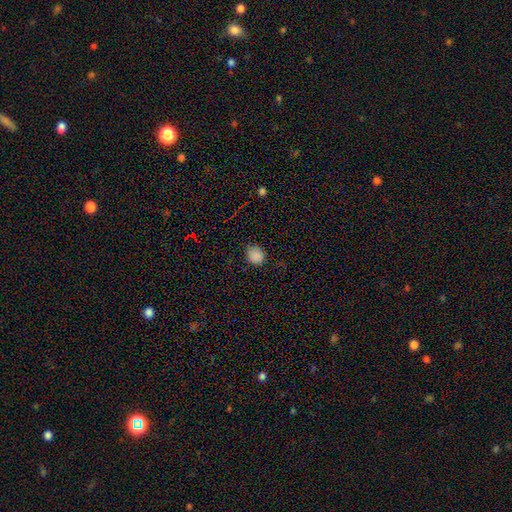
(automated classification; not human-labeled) The model was most divided on "how rounded": round: 75%, in between: 24%, cigar-shaped: 1%. More confident: smooth or featured — smooth (85%); merging — none (76%).